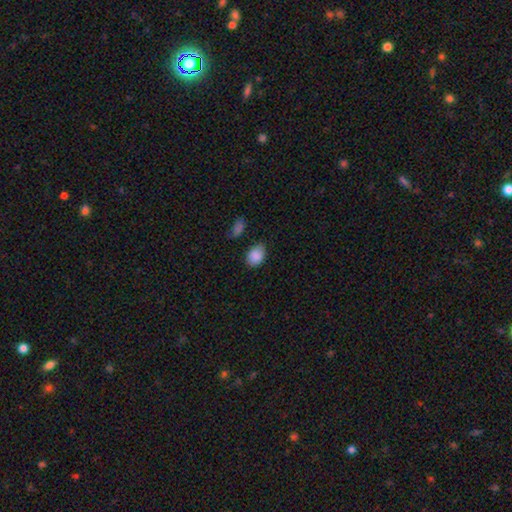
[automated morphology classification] Smooth or featured?
  - smooth: 89% *
  - star or artifact: 8%
  - featured or disk: 4%
How rounded?
  - in between: 74% *
  - round: 25%
  - cigar-shaped: 1%
Merging?
  - none: 76% *
  - minor disturbance: 17%
  - major disturbance: 4%
  - merger: 3%